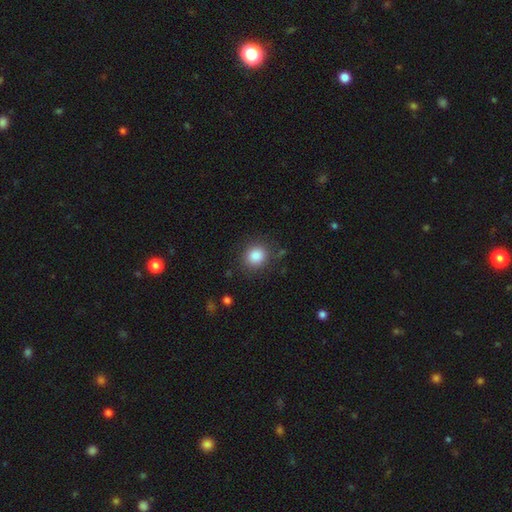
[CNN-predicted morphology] Smooth or featured? Predicted: smooth (p=0.86). How rounded? Predicted: round (p=0.82). Merging? Predicted: none (p=0.83).